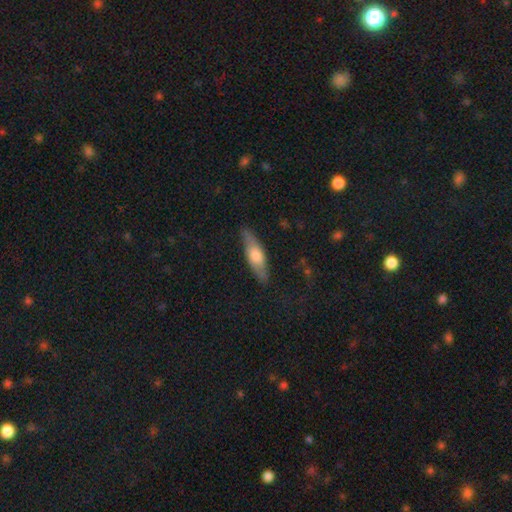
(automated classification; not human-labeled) Morphology: type=smooth (55%); roundness=cigar-shaped (60%); merging=none (83%).